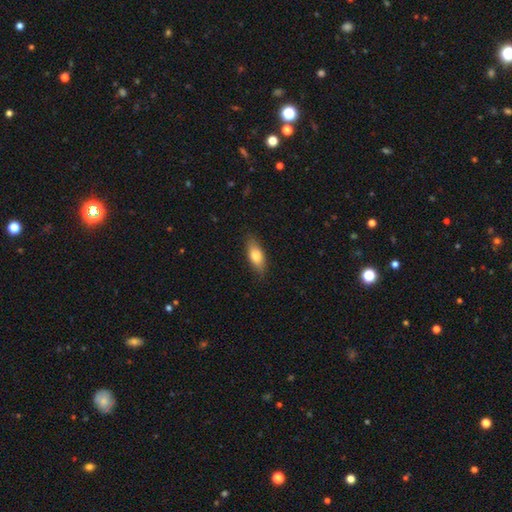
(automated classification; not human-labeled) Overall: smooth (76%). How rounded: in between (75%). Merging: none (83%).